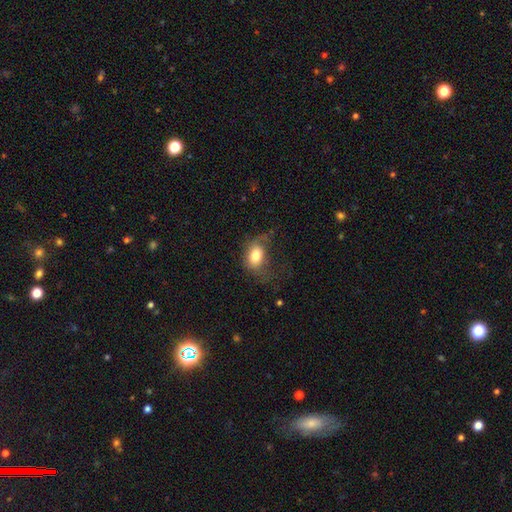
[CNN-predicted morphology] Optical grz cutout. It shows a smooth galaxy with no disk features (74%) that is in between round and cigar-shaped (77%). Merging: none (39%).